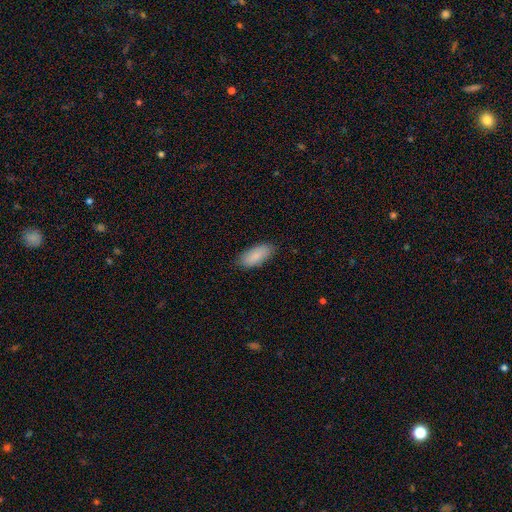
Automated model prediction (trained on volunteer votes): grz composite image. It shows a smooth galaxy with no disk features (88%) that is in between round and cigar-shaped (86%). Merging: none (83%).